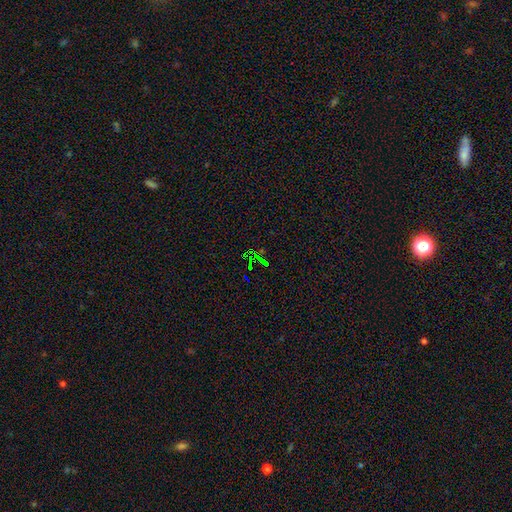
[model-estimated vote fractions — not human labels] Smooth or featured: star or artifact — 75% (smooth — 14%)